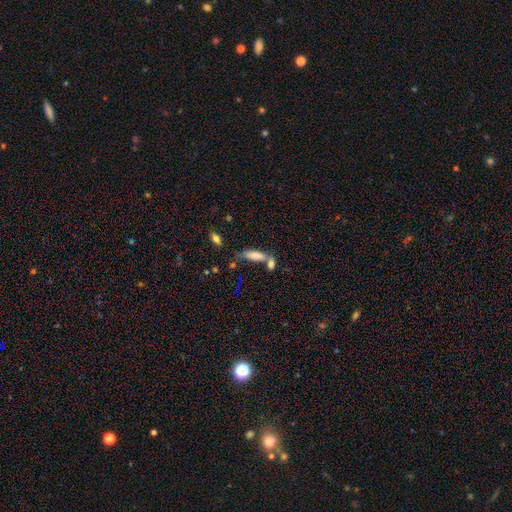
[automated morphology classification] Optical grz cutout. It shows a smooth galaxy with no disk features (77%) that is in between round and cigar-shaped (60%). Merging: merger (42%).